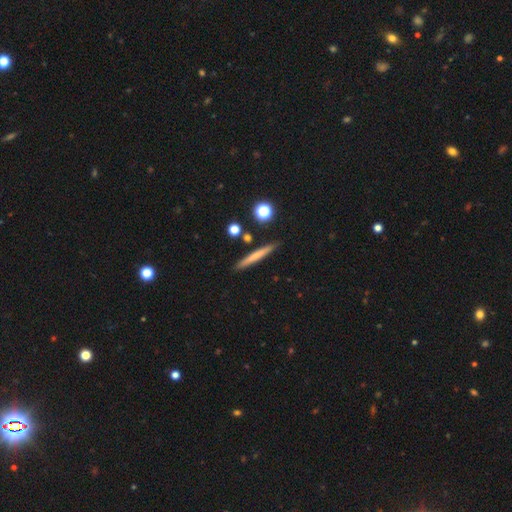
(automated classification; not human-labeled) Smooth or featured? smooth (63%)
How rounded? cigar-shaped (95%)
Merging? none (89%)